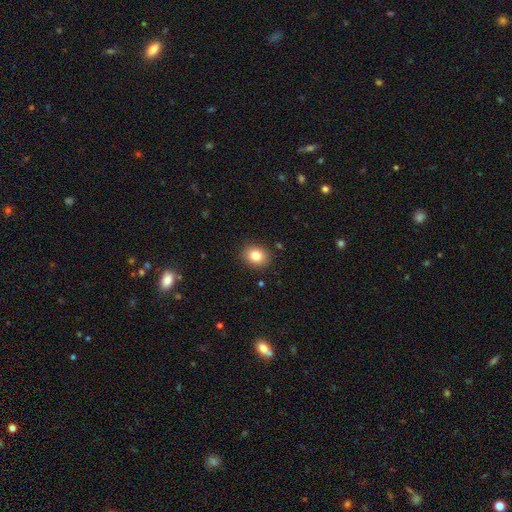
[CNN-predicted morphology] smooth-or-featured: smooth: 82% | star or artifact: 10% | featured or disk: 8%
  how-rounded: round: 60% | in between: 39% | cigar-shaped: 1%
  merging: none: 88% | minor disturbance: 8% | major disturbance: 2% | merger: 1%